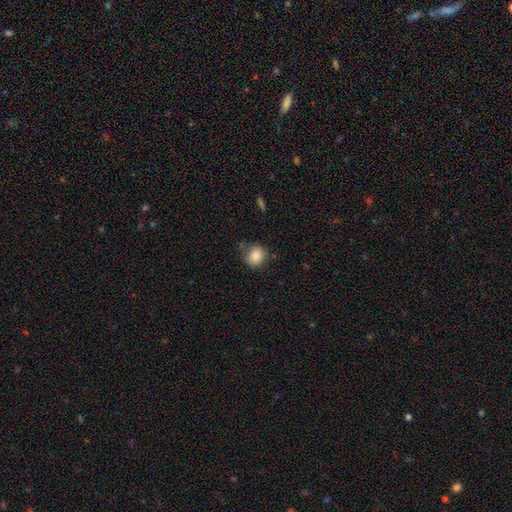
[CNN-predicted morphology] Smooth or featured?
  - smooth: 82% *
  - star or artifact: 9%
  - featured or disk: 9%
How rounded?
  - round: 79% *
  - in between: 20%
  - cigar-shaped: 1%
Merging?
  - none: 73% *
  - minor disturbance: 19%
  - major disturbance: 5%
  - merger: 4%